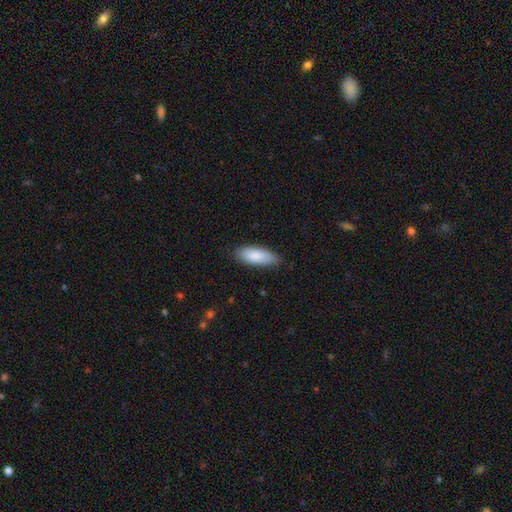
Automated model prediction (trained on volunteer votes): The model was most divided on "how rounded": in between: 76%, cigar-shaped: 23%, round: 2%. More confident: smooth or featured — smooth (86%); merging — none (81%).